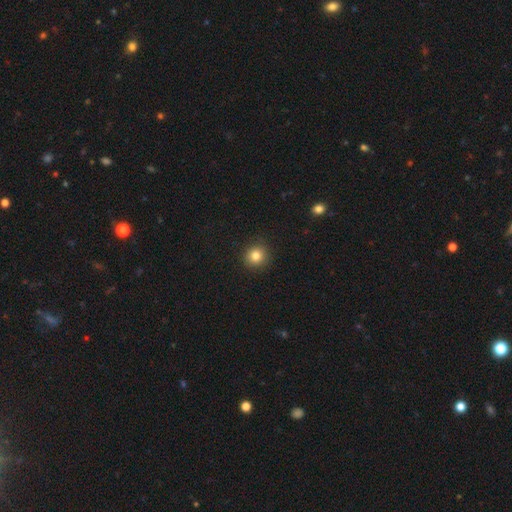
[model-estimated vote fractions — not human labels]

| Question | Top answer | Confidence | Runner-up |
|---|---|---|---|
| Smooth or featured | smooth | 82% | star or artifact (11%) |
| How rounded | round | 90% | in between (9%) |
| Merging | none | 91% | minor disturbance (6%) |